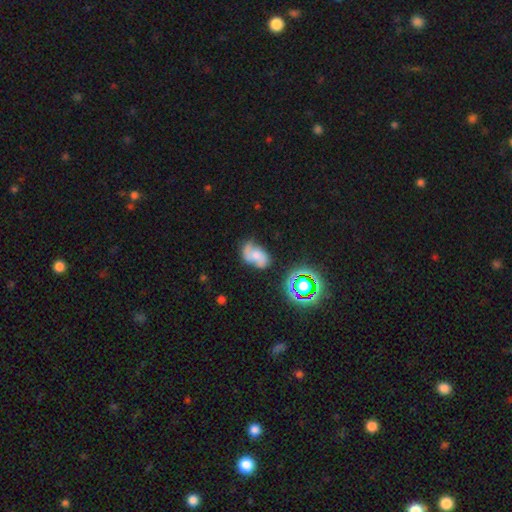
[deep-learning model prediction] This is possibly a featured or disk galaxy (49%). Merging: marginally none (38%).